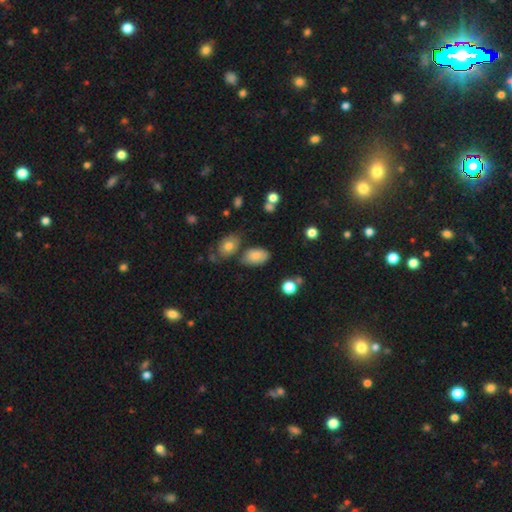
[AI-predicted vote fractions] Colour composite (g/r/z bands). It shows a smooth galaxy with no disk features (80%) that is in between round and cigar-shaped (89%). Merging: none (66%).